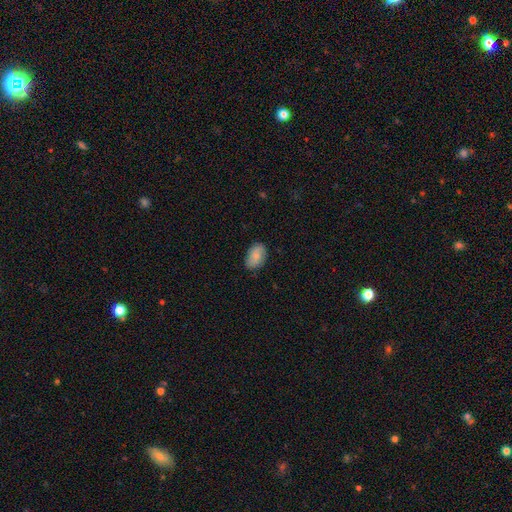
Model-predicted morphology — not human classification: type=smooth (79%); roundness=in between (88%); merging=none (81%).